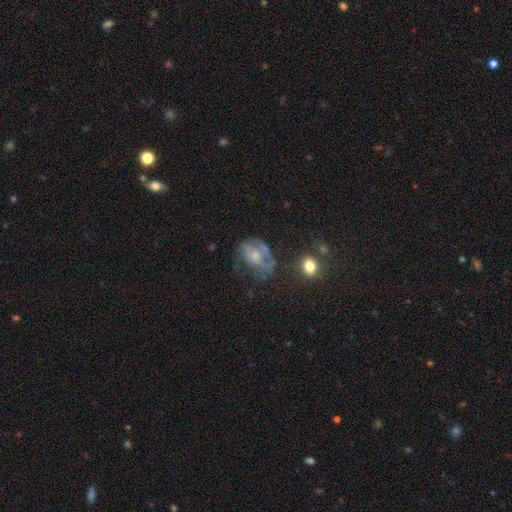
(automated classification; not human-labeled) Q: Smooth or featured?
A: featured or disk (55%); runner-up: smooth (34%)
Q: Edge-on disk?
A: no (96%); runner-up: yes (4%)
Q: Bar?
A: no (75%); runner-up: weak (20%)
Q: Spiral arms?
A: no (58%); runner-up: yes (42%)
Q: Bulge size?
A: small (44%); runner-up: moderate (38%)
Q: Merging?
A: none (36%); runner-up: major disturbance (33%)